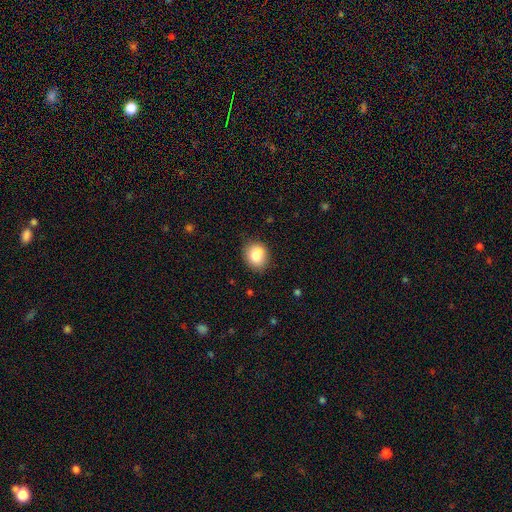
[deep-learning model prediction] The model was most divided on "how rounded": round: 65%, in between: 34%, cigar-shaped: 1%. More confident: smooth or featured — smooth (83%); merging — none (81%).